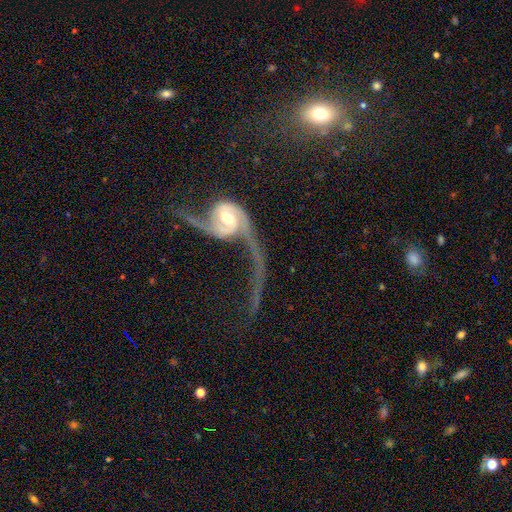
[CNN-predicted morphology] smooth_or_featured: featured or disk (p=0.78) [alt: smooth p=0.12]
disk_edge_on: no (p=0.94) [alt: yes p=0.06]
bar: no (p=0.63) [alt: weak p=0.26]
has_spiral_arms: yes (p=0.85) [alt: no p=0.15]
spiral_winding: loose (p=0.86) [alt: medium p=0.11]
spiral_arm_count: 2 (p=0.58) [alt: 1 p=0.32]
bulge_size: moderate (p=0.49) [alt: small p=0.31]
merging: major disturbance (p=0.45) [alt: none p=0.25]